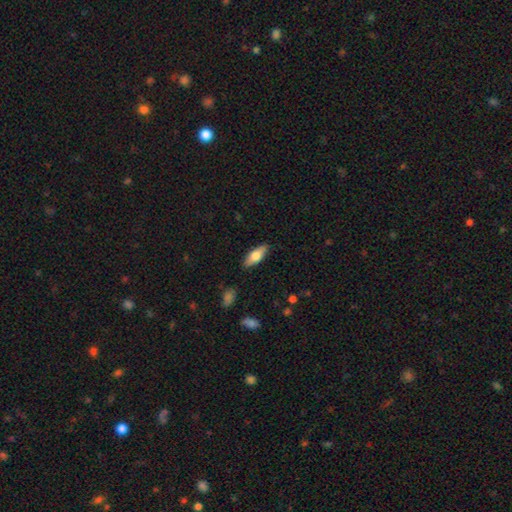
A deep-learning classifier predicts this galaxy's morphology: Smooth or featured? Predicted: smooth (p=0.68). How rounded? Predicted: in between (p=0.72). Merging? Predicted: none (p=0.86).